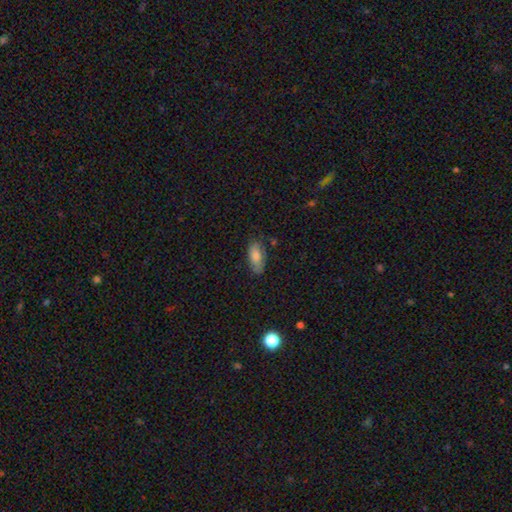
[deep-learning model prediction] A smooth galaxy with no disk features (76%) that is in between round and cigar-shaped (85%). Merging: none (75%).